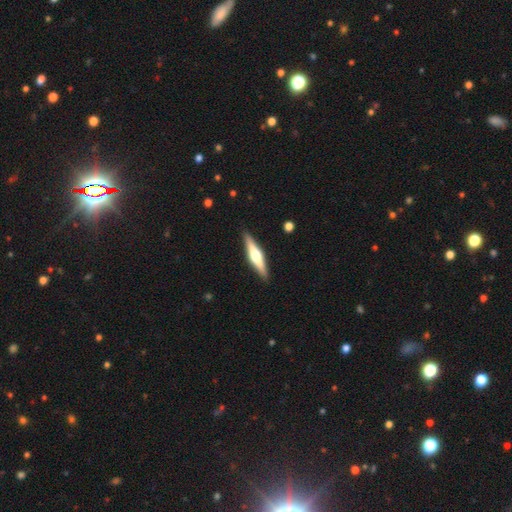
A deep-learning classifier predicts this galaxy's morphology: This is likely a featured or disk galaxy (64%). It is clearly viewed edge-on (97%). Edge-on bulge: clearly rounded (89%). Merging: clearly none (91%).